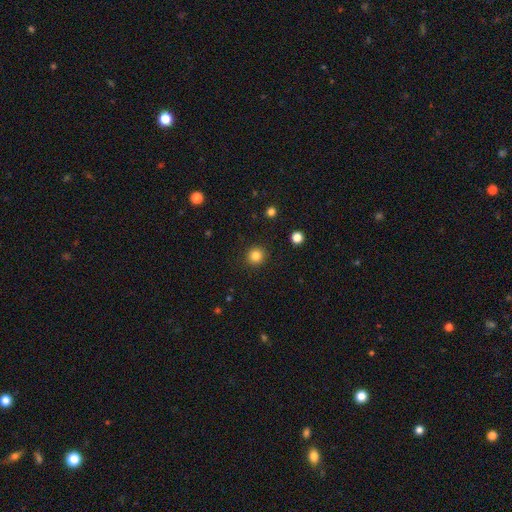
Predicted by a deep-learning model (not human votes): Q: Smooth or featured?
A: smooth (83%); runner-up: star or artifact (12%)
Q: How rounded?
A: round (94%); runner-up: in between (5%)
Q: Merging?
A: none (92%); runner-up: minor disturbance (5%)